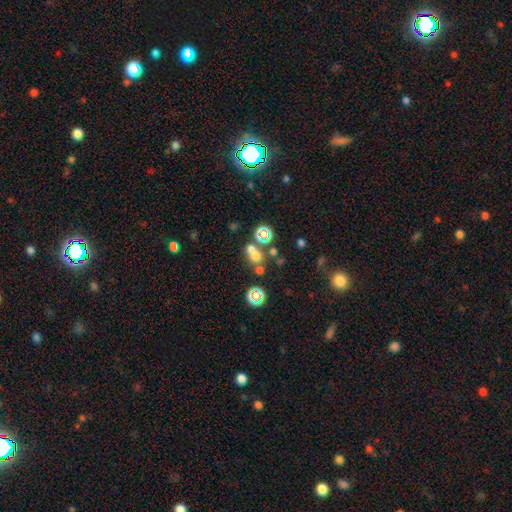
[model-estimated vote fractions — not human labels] This appears to be a smooth galaxy with no disk features (56%) that is round (80%). Merging: none (46%).